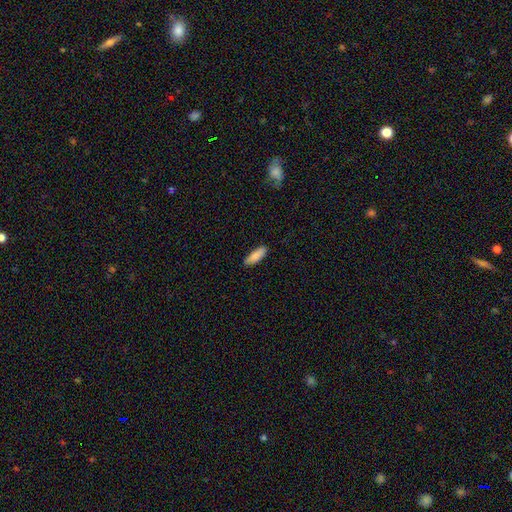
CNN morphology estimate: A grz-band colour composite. It shows a smooth galaxy with no disk features (87%) that is in between round and cigar-shaped (61%). Merging: none (86%).